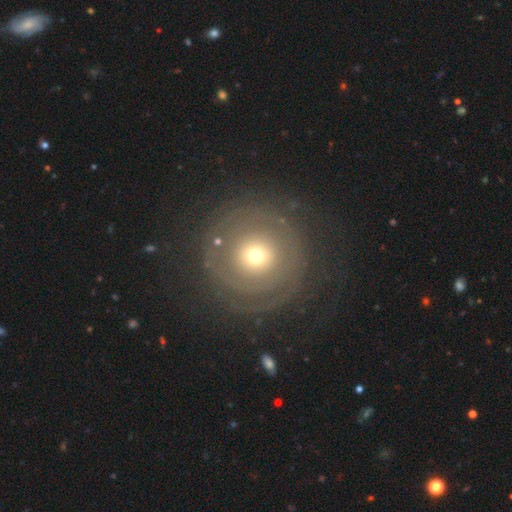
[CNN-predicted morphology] This appears to be a featured or disk galaxy (53%) with no bar (87%), no spiral arms (51%) and a small central bulge (46%). Merging: none (76%).